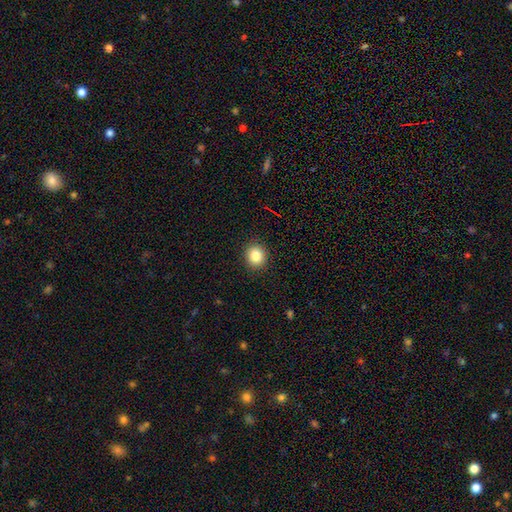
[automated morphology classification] smooth-or-featured: smooth: 84% | star or artifact: 11% | featured or disk: 5%
  how-rounded: round: 82% | in between: 17% | cigar-shaped: 1%
  merging: none: 91% | minor disturbance: 6% | major disturbance: 2% | merger: 1%